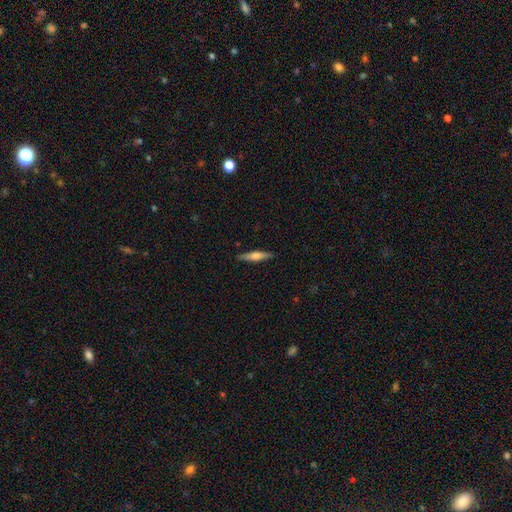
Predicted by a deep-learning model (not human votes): This is possibly a featured or disk galaxy (47%, tied with smooth). Merging: clearly none (90%).